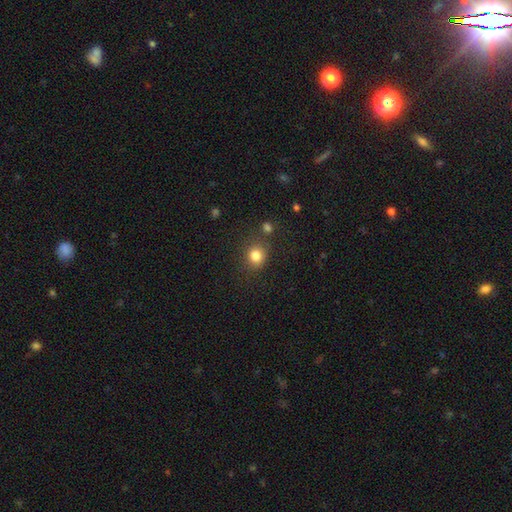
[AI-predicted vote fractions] Overall: smooth (82%). How rounded: round (82%). Merging: none (79%).